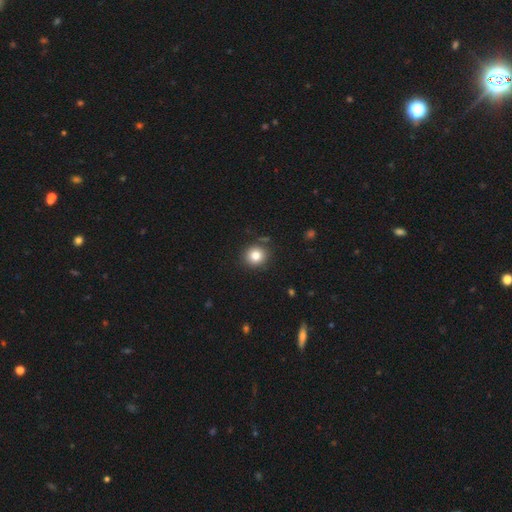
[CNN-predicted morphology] Smooth or featured?
  - smooth: 81% *
  - star or artifact: 12%
  - featured or disk: 7%
How rounded?
  - round: 89% *
  - in between: 10%
  - cigar-shaped: 1%
Merging?
  - none: 86% *
  - minor disturbance: 8%
  - merger: 3%
  - major disturbance: 3%